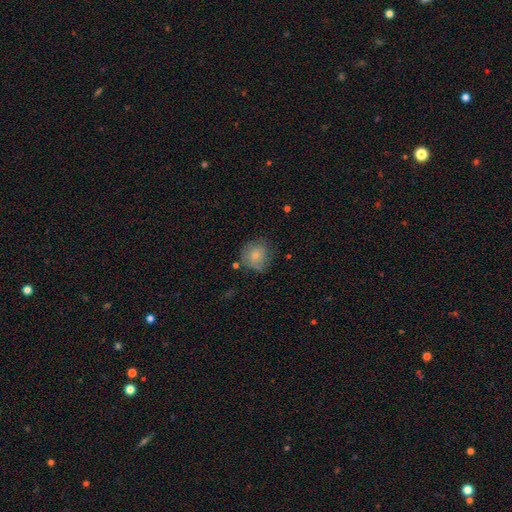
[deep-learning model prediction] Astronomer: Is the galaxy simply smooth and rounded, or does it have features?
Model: smooth — 74%.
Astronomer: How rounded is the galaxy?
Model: round — 82%.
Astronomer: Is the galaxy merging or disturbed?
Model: none — 63%.